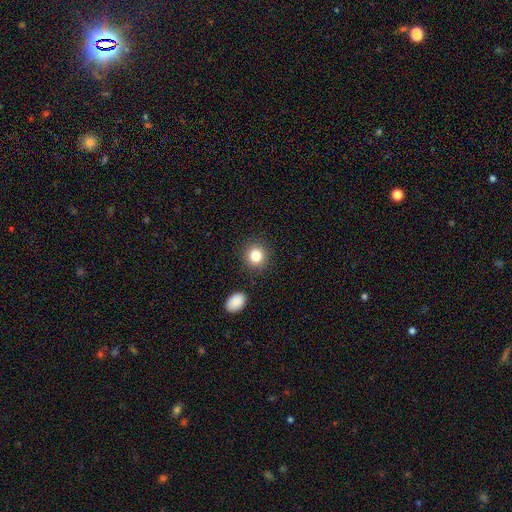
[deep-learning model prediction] The model was most divided on "smooth or featured": smooth: 84%, star or artifact: 11%, featured or disk: 6%. More confident: how rounded — round (87%); merging — none (86%).